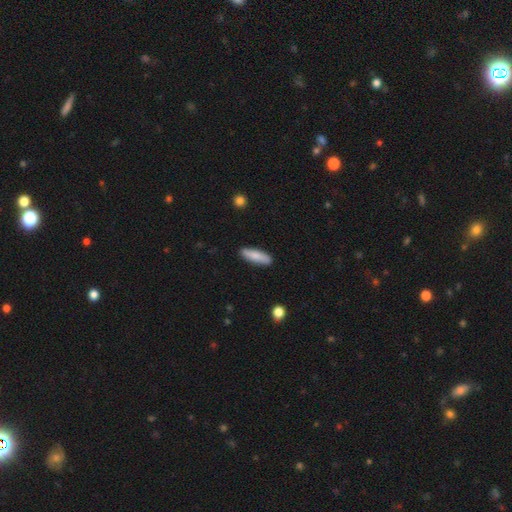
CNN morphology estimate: This appears to be a smooth galaxy with no disk features (79%) that is cigar-shaped (58%). Merging: none (88%).